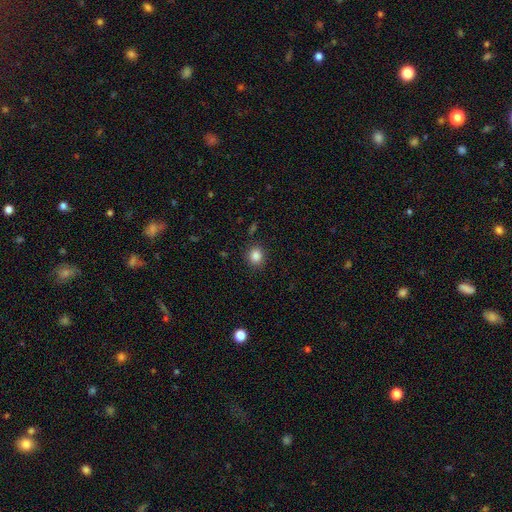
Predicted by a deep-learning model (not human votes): This appears to be a smooth galaxy with no disk features (85%) that is round (75%). Merging: none (88%).